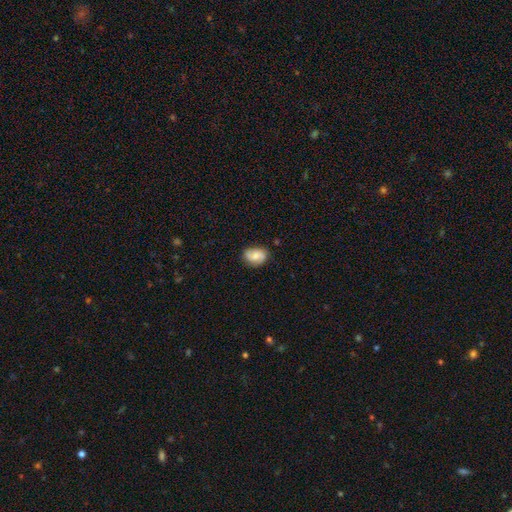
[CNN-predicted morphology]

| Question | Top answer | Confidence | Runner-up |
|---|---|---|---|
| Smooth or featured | smooth | 54% | featured or disk (38%) |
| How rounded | in between | 74% | round (24%) |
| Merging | none | 75% | minor disturbance (19%) |